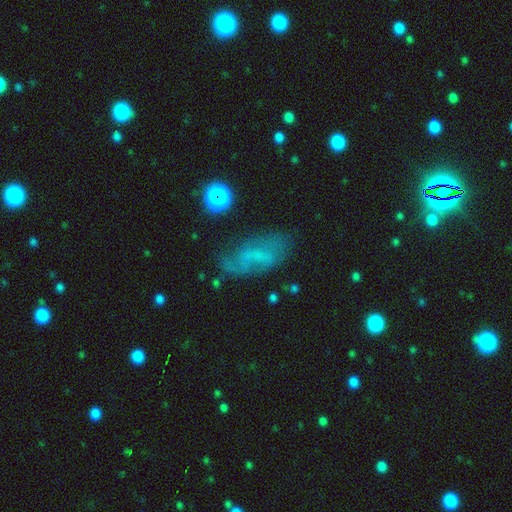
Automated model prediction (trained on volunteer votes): Smooth or featured? Predicted: featured or disk (p=0.44). Merging? Predicted: none (p=0.60).